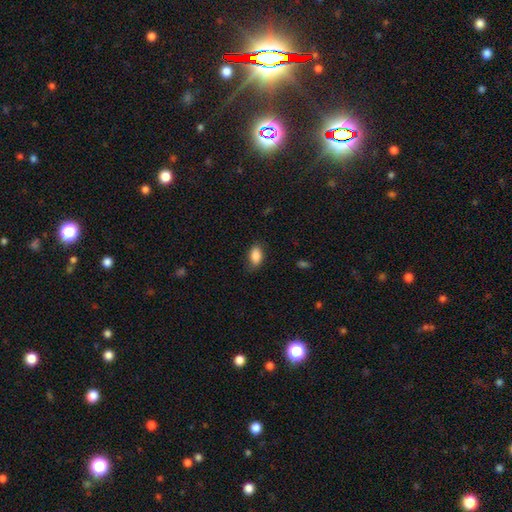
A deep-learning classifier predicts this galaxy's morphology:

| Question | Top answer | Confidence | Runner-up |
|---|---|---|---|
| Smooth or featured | smooth | 87% | star or artifact (7%) |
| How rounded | in between | 90% | round (8%) |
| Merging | none | 74% | minor disturbance (20%) |